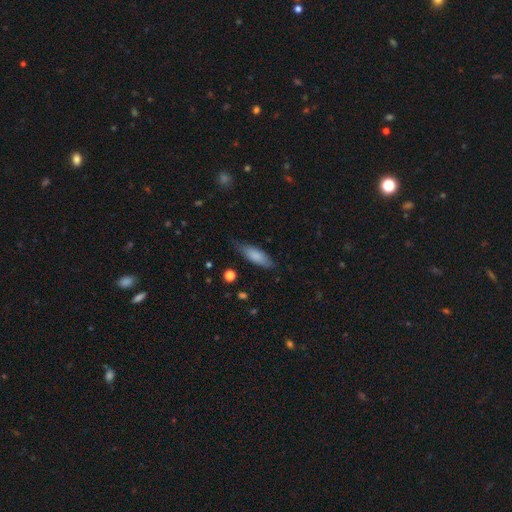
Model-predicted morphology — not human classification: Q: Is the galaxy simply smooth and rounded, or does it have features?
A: smooth — 81%.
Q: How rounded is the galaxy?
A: in between — 59%.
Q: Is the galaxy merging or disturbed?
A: none — 68%.